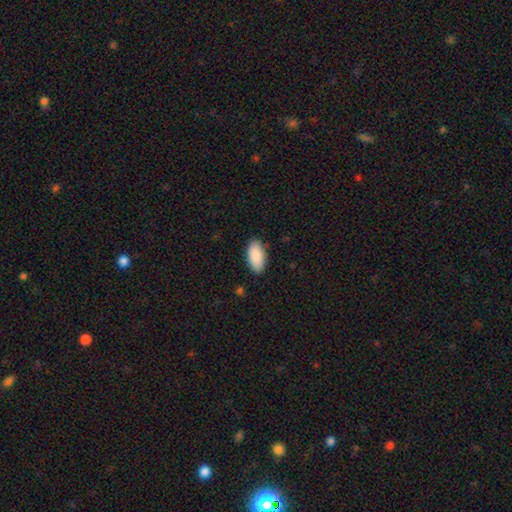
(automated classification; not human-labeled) The model was most divided on "merging": none: 86%, minor disturbance: 11%, major disturbance: 2%, merger: 1%. More confident: how rounded — in between (93%); smooth or featured — smooth (90%).